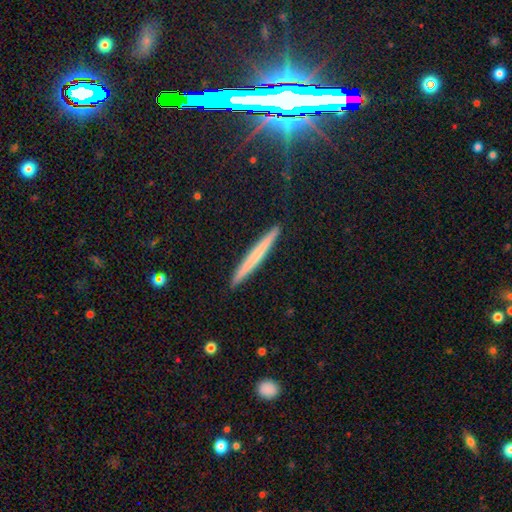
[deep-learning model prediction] Morphology: type=smooth (53%); roundness=cigar-shaped (97%); merging=none (92%).